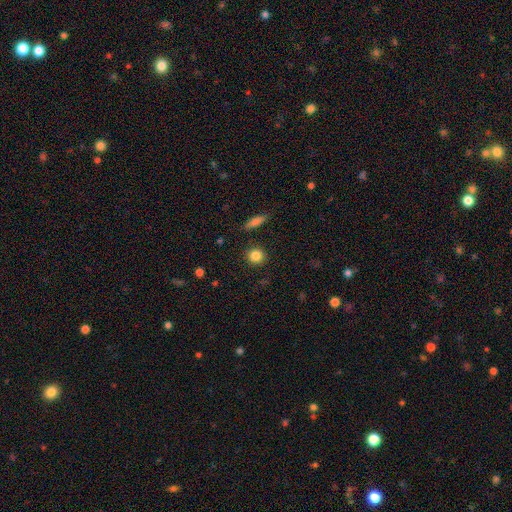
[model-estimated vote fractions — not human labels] smooth-or-featured: smooth: 85% | star or artifact: 10% | featured or disk: 6%
  how-rounded: round: 89% | in between: 9% | cigar-shaped: 1%
  merging: none: 90% | minor disturbance: 6% | major disturbance: 2% | merger: 2%